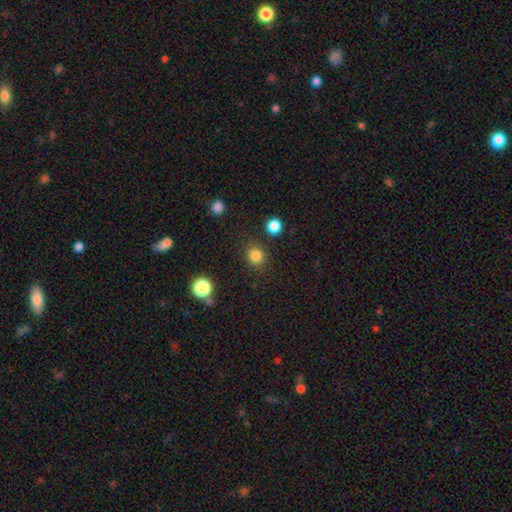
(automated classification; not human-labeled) Smooth or featured?
  - smooth: 83% *
  - star or artifact: 13%
  - featured or disk: 4%
How rounded?
  - round: 88% *
  - in between: 11%
  - cigar-shaped: 1%
Merging?
  - none: 87% *
  - minor disturbance: 8%
  - major disturbance: 3%
  - merger: 3%